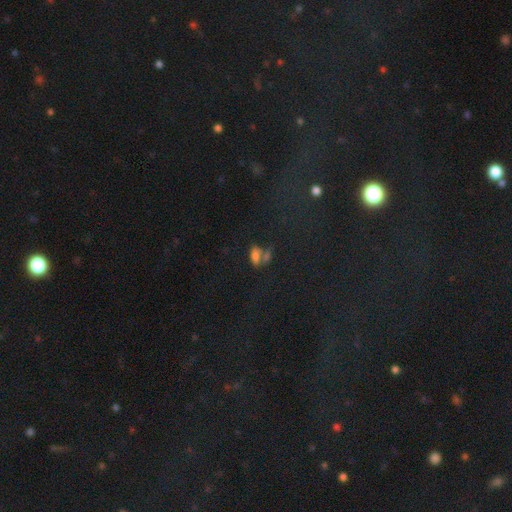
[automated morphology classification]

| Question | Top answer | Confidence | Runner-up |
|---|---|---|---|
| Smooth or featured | smooth | 63% | star or artifact (21%) |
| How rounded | in between | 82% | cigar-shaped (11%) |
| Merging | merger | 42% | none (35%) |